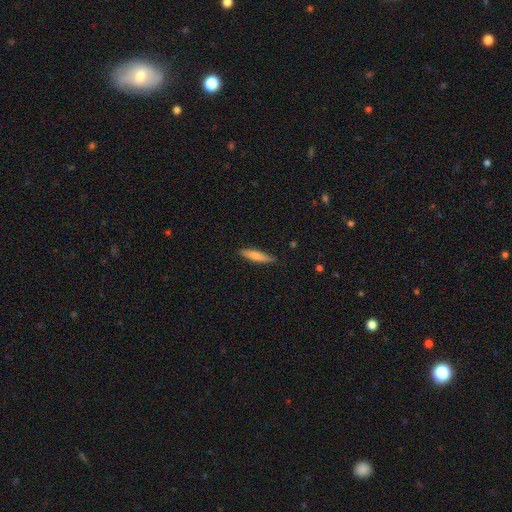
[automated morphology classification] smooth_or_featured: smooth (p=0.77) [alt: featured or disk p=0.18]
how_rounded: cigar-shaped (p=0.82) [alt: in between p=0.17]
merging: none (p=0.87) [alt: minor disturbance p=0.10]